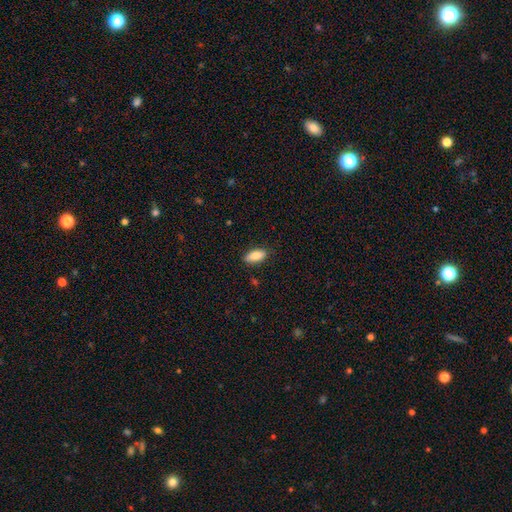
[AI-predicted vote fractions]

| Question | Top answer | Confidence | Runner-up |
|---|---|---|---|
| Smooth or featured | smooth | 85% | featured or disk (8%) |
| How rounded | in between | 89% | cigar-shaped (9%) |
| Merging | none | 85% | minor disturbance (12%) |